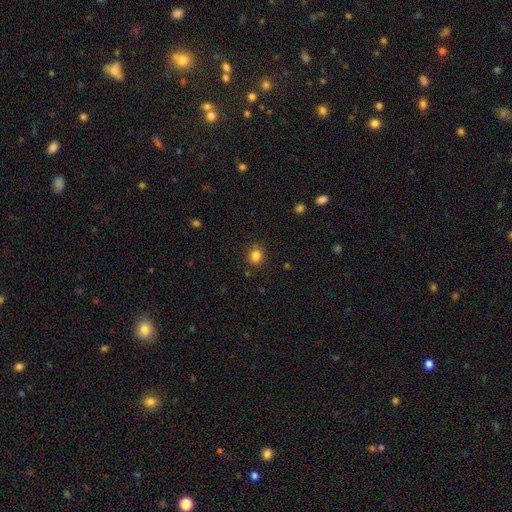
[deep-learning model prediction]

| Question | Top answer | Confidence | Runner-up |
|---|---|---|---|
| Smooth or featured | smooth | 84% | star or artifact (12%) |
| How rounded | round | 81% | in between (18%) |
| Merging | none | 86% | minor disturbance (10%) |